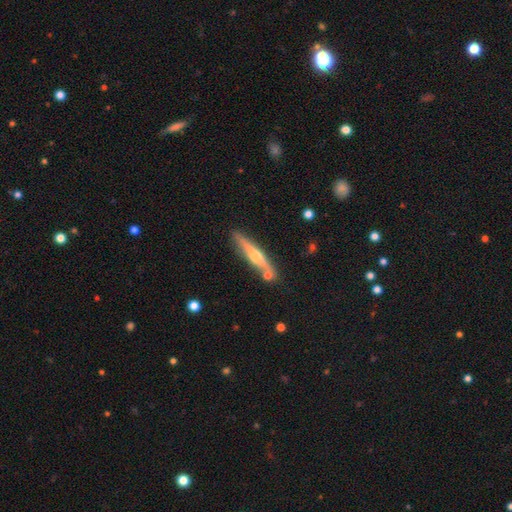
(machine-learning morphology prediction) Overall: featured or disk (58%; smooth 36%). Edge-on disk: yes (95%). Edge-on bulge: rounded (85%). Merging: none (81%).